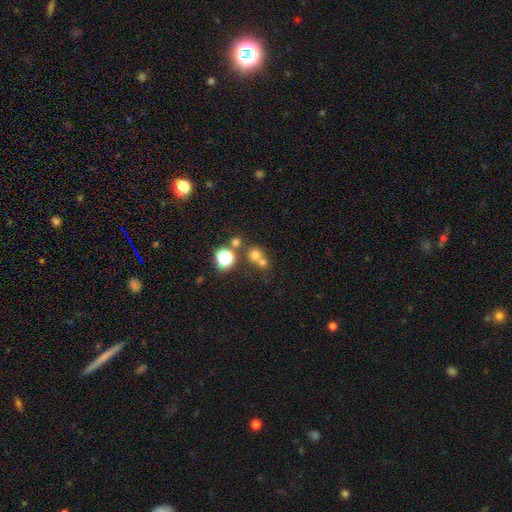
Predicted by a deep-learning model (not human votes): Q: Smooth or featured?
A: smooth (62%); runner-up: star or artifact (26%)
Q: How rounded?
A: round (85%); runner-up: in between (14%)
Q: Merging?
A: none (50%); runner-up: merger (39%)